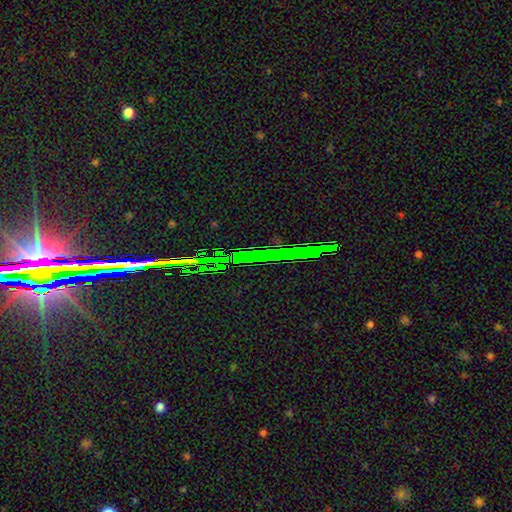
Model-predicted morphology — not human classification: Smooth or featured? star or artifact (75%)